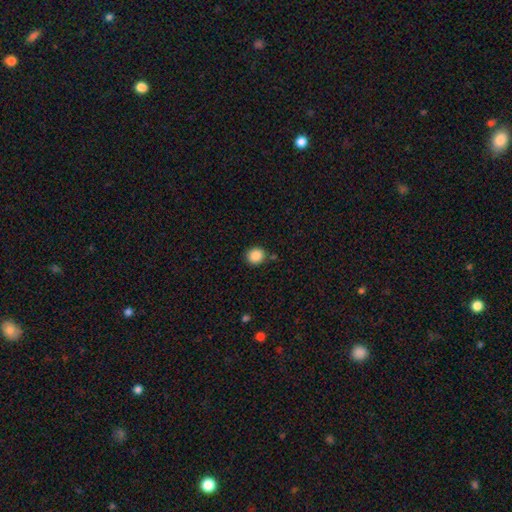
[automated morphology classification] A smooth galaxy with no disk features (88%) that is round (84%).

Vote fractions:
- Smooth or featured? smooth: 88% / star or artifact: 9% / featured or disk: 3%
- How rounded? round: 84% / in between: 16% / cigar-shaped: 1%
- Merging? none: 84% / minor disturbance: 9% / merger: 4% / major disturbance: 3%